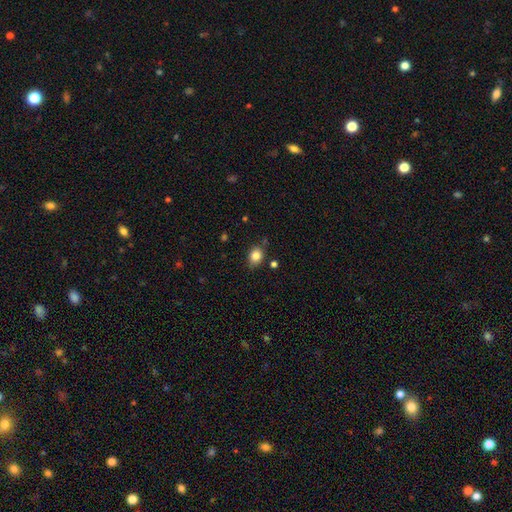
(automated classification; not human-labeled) smooth-or-featured: smooth: 83% | star or artifact: 10% | featured or disk: 7%
  how-rounded: in between: 57% | round: 41% | cigar-shaped: 1%
  merging: none: 77% | minor disturbance: 17% | merger: 3% | major disturbance: 3%